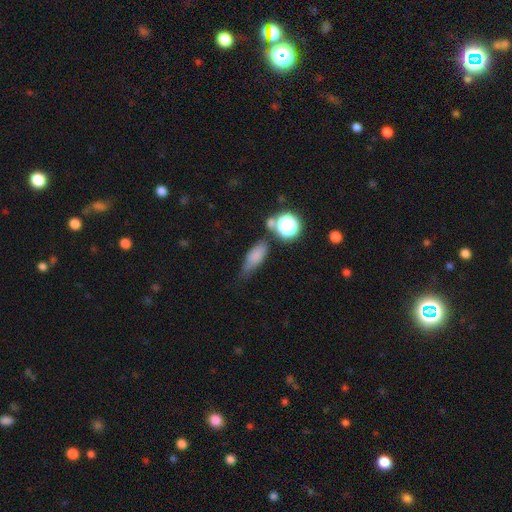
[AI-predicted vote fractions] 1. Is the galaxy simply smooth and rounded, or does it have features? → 71% smooth, 15% star or artifact, 14% featured or disk.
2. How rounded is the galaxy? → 60% in between, 26% cigar-shaped, 14% round.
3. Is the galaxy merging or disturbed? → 50% none, 28% minor disturbance, 11% merger, 11% major disturbance.